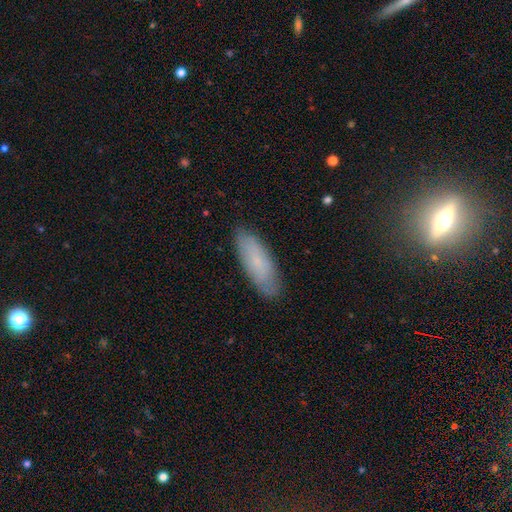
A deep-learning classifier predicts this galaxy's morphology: Smooth or featured? Predicted: smooth (p=0.61). How rounded? Predicted: in between (p=0.58). Merging? Predicted: none (p=0.85).